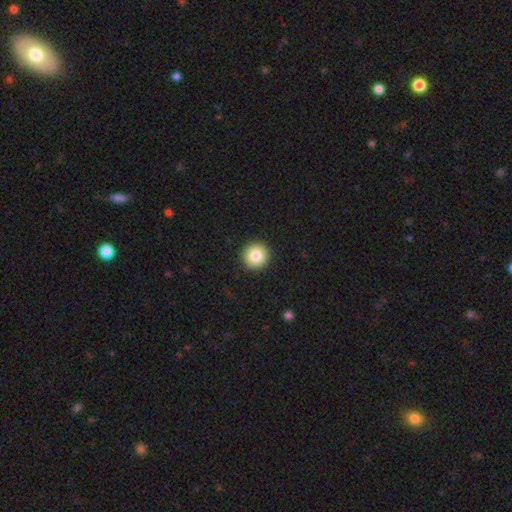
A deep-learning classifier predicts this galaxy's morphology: smooth_or_featured: smooth (p=0.84) [alt: star or artifact p=0.09]
how_rounded: round (p=0.96) [alt: in between p=0.03]
merging: none (p=0.93) [alt: minor disturbance p=0.05]